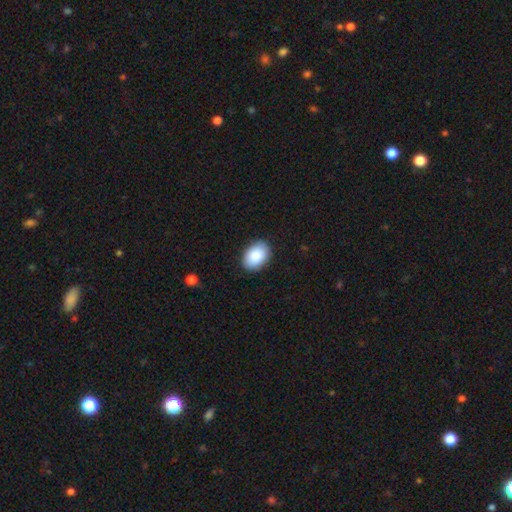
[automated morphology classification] Smooth or featured?
  - smooth: 89% *
  - star or artifact: 6%
  - featured or disk: 5%
How rounded?
  - in between: 87% *
  - round: 12%
  - cigar-shaped: 1%
Merging?
  - none: 88% *
  - minor disturbance: 9%
  - major disturbance: 2%
  - merger: 1%